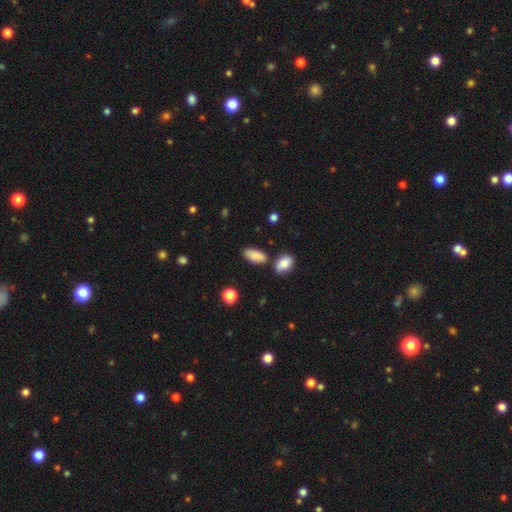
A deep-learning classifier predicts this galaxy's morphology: smooth 87%, star or artifact 7%, featured or disk 5%. Down the decision tree: how rounded — in between (88%); merging — none (75%).